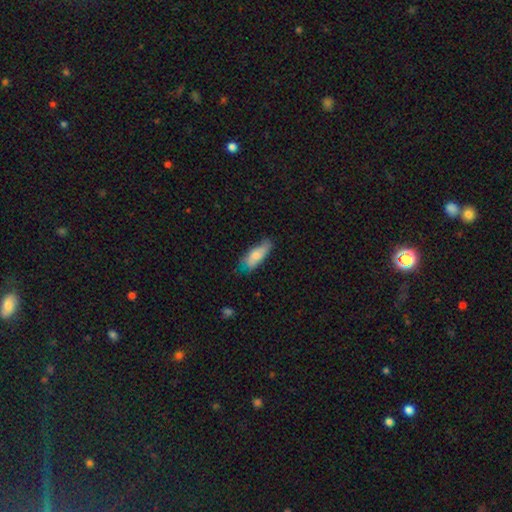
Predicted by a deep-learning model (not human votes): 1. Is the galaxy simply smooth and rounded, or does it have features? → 78% smooth, 16% featured or disk, 6% star or artifact.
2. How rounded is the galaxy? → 69% in between, 29% cigar-shaped, 2% round.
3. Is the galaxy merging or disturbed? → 56% none, 33% minor disturbance, 9% major disturbance, 2% merger.